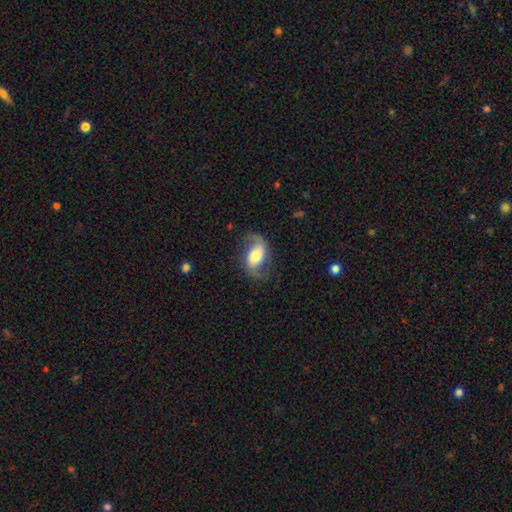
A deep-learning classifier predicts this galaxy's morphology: A featured or disk galaxy (73%) with no bar (42%), 2 (90%) loose (57%) spiral arms (91%) and a moderate central bulge (57%). Merging: none (71%).